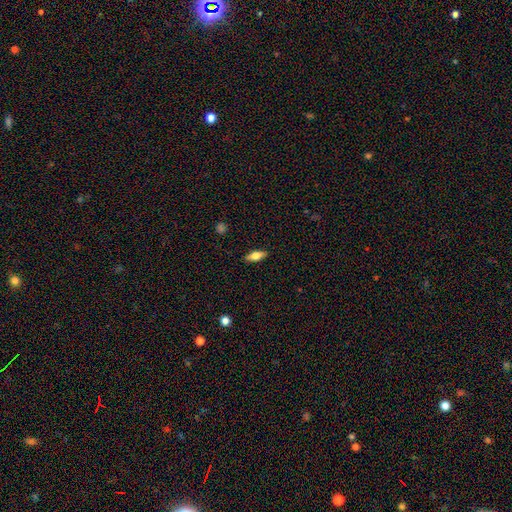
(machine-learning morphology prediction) smooth-or-featured: smooth: 64% | featured or disk: 29% | star or artifact: 7%
  how-rounded: in between: 72% | cigar-shaped: 25% | round: 3%
  merging: none: 88% | minor disturbance: 9% | major disturbance: 2% | merger: 1%